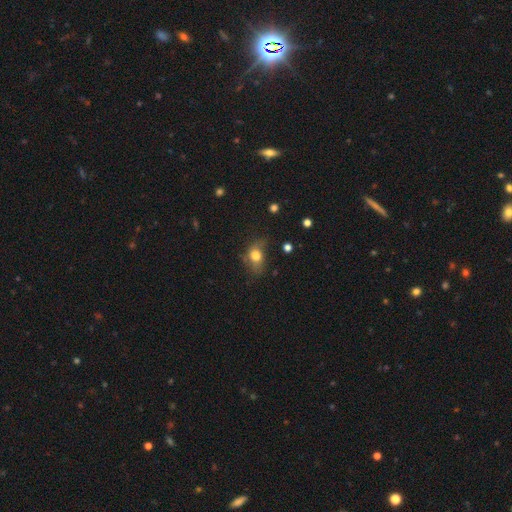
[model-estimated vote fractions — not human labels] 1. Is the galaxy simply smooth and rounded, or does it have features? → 73% smooth, 16% featured or disk, 11% star or artifact.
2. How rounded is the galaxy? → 65% in between, 33% round, 2% cigar-shaped.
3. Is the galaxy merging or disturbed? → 48% none, 31% minor disturbance, 18% major disturbance, 3% merger.